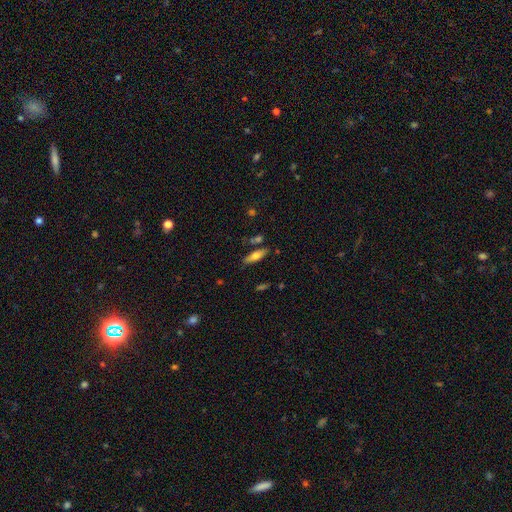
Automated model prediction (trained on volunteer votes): Smooth or featured?
  - smooth: 61% *
  - featured or disk: 32%
  - star or artifact: 7%
How rounded?
  - cigar-shaped: 50% *
  - in between: 48%
  - round: 2%
Merging?
  - none: 78% *
  - minor disturbance: 12%
  - merger: 7%
  - major disturbance: 3%